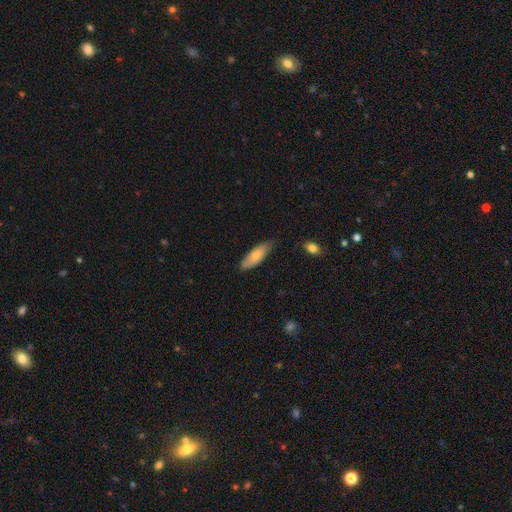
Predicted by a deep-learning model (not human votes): A smooth galaxy with no disk features (75%) that is in between round and cigar-shaped (65%).

Vote fractions:
- Smooth or featured? smooth: 75% / featured or disk: 19% / star or artifact: 6%
- How rounded? in between: 65% / cigar-shaped: 33% / round: 2%
- Merging? none: 71% / minor disturbance: 24% / major disturbance: 3% / merger: 2%